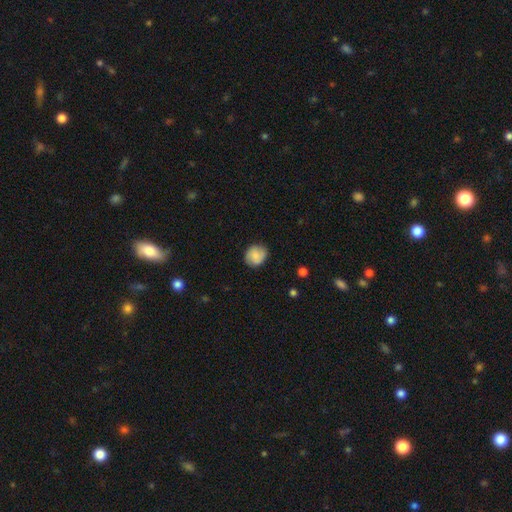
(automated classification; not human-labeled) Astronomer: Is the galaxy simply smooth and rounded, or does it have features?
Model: smooth — 73%.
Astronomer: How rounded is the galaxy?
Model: round — 75%.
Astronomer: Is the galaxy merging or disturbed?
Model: none — 83%.